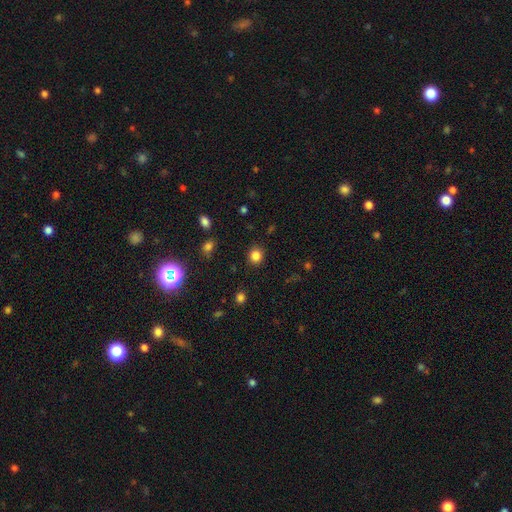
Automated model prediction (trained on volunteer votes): Overall: smooth (83%). How rounded: round (86%). Merging: none (89%).